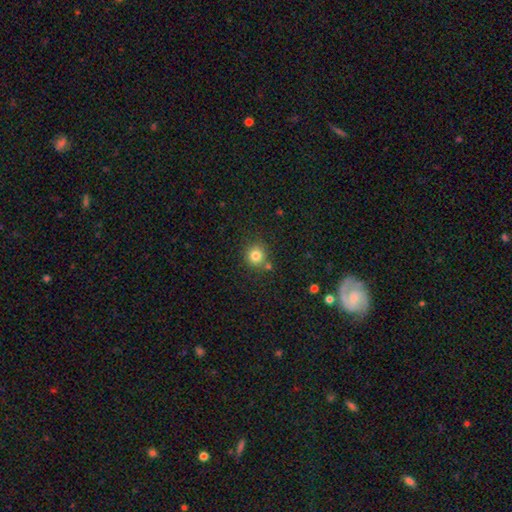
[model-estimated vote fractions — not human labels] Smooth or featured?
  - smooth: 81% *
  - star or artifact: 13%
  - featured or disk: 6%
How rounded?
  - round: 90% *
  - in between: 9%
  - cigar-shaped: 1%
Merging?
  - none: 78% *
  - minor disturbance: 10%
  - merger: 10%
  - major disturbance: 3%